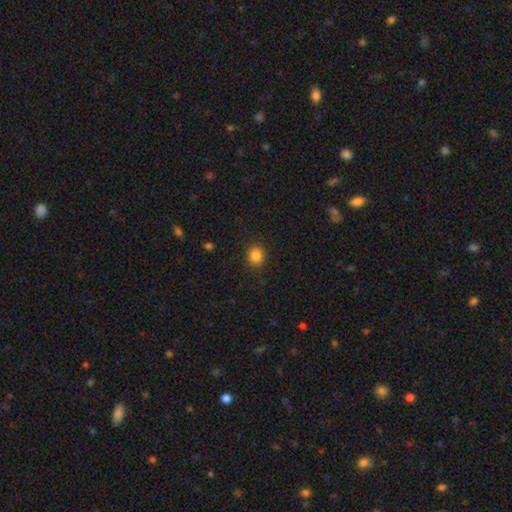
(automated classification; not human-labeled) A smooth galaxy with no disk features (85%) that is round (85%).

Vote fractions:
- Smooth or featured? smooth: 85% / star or artifact: 11% / featured or disk: 4%
- How rounded? round: 85% / in between: 14% / cigar-shaped: 1%
- Merging? none: 90% / minor disturbance: 7% / major disturbance: 2% / merger: 1%